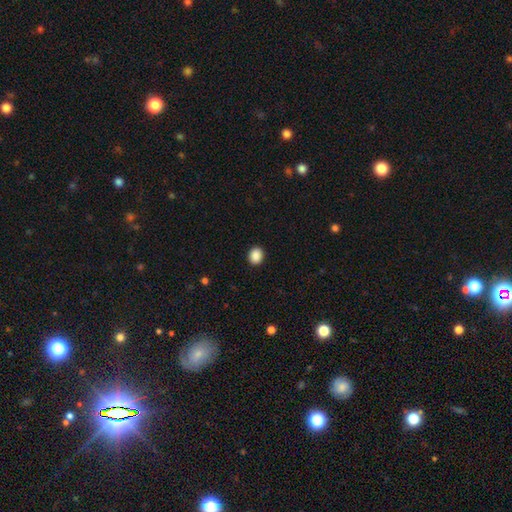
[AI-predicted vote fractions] smooth 88%, star or artifact 9%, featured or disk 3%. Down the decision tree: how rounded — round (66%); merging — none (92%).